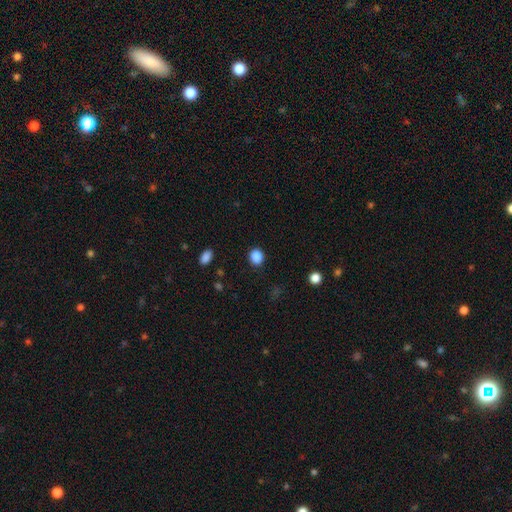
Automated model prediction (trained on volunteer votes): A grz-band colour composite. It shows a smooth galaxy with no disk features (88%) that is round (75%). Merging: none (89%).